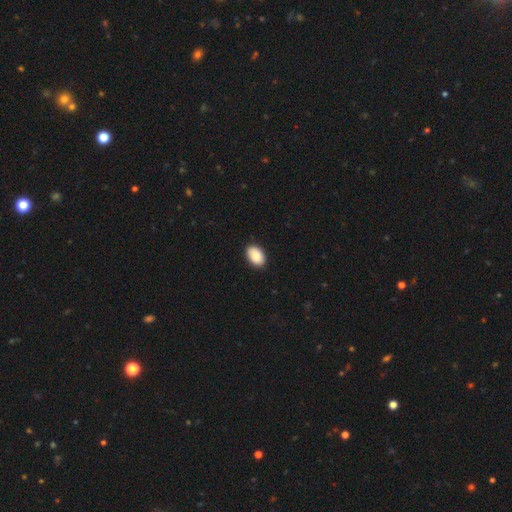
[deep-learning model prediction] Smooth or featured: smooth — 89% (star or artifact — 6%)
How rounded: in between — 90% (round — 9%)
Merging: none — 90% (minor disturbance — 8%)